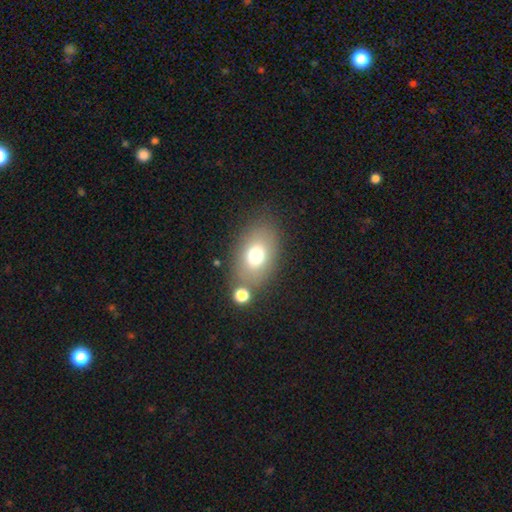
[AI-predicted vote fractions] Smooth or featured?
  - smooth: 71% *
  - featured or disk: 17%
  - star or artifact: 12%
How rounded?
  - in between: 78% *
  - round: 21%
  - cigar-shaped: 1%
Merging?
  - none: 73% *
  - minor disturbance: 13%
  - merger: 9%
  - major disturbance: 6%